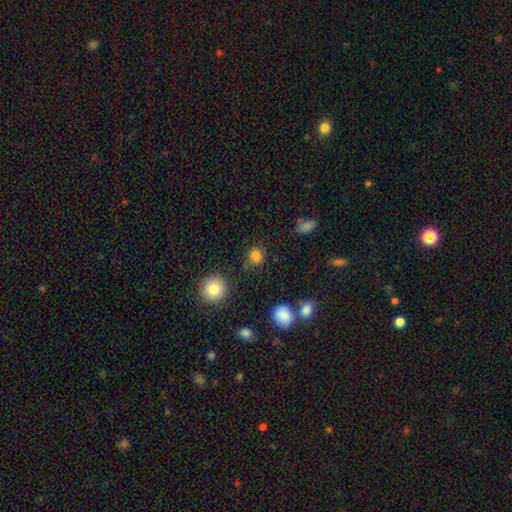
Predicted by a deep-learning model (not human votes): Morphology: type=smooth (82%); roundness=round (83%); merging=none (75%).